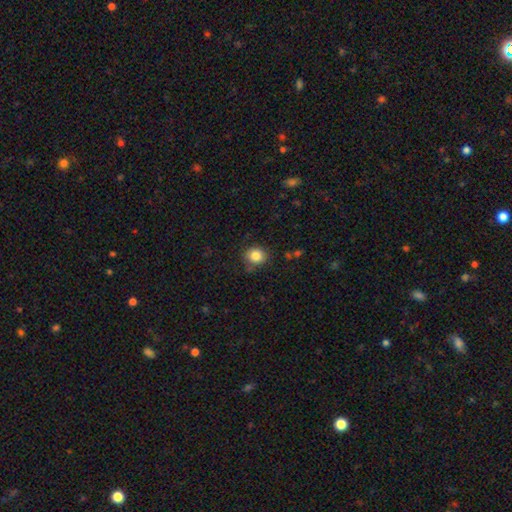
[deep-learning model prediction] Smooth or featured? smooth (84%)
How rounded? round (80%)
Merging? none (81%)